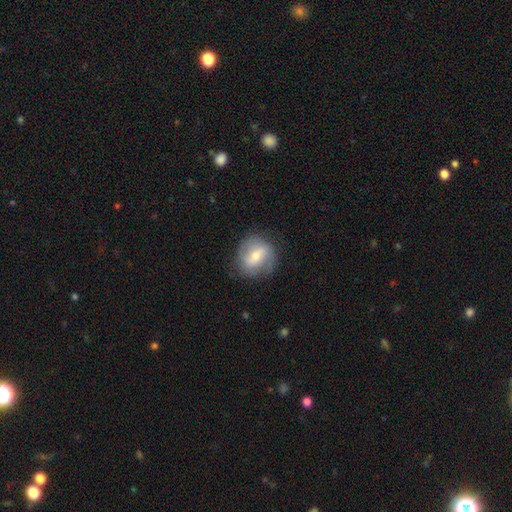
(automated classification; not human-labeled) featured or disk 57%, smooth 36%, star or artifact 7%. Down the decision tree: edge-on disk — no (96%); bar — weak (48%); spiral arms — yes (80%); bulge size — moderate (56%); merging — none (75%).